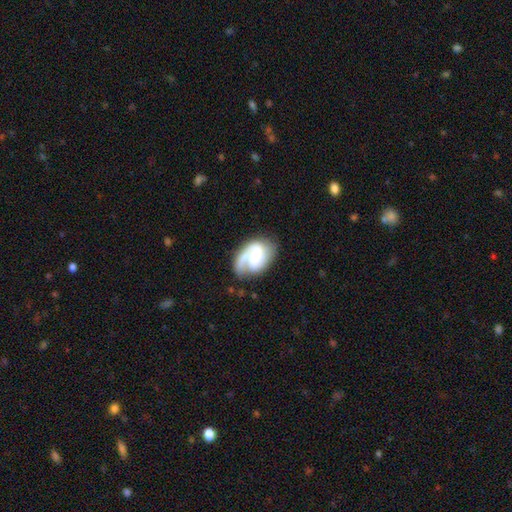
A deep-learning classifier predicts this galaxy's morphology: This appears to be a featured or disk galaxy (78%) with a weak bar (46%), 2 (50%) medium (43%) spiral arms (93%) and a small central bulge (40%). Merging: none (59%).